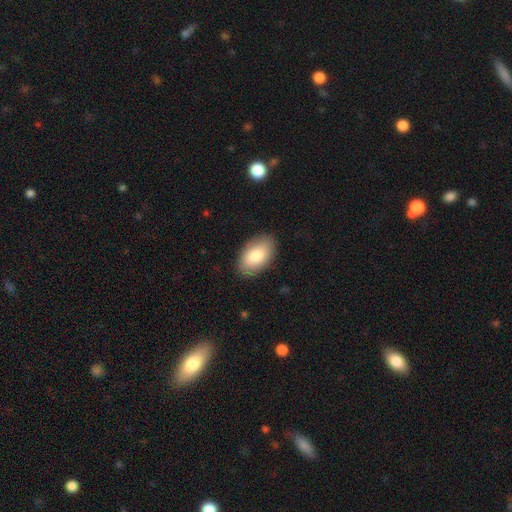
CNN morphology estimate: Q: Smooth or featured?
A: smooth (81%); runner-up: featured or disk (13%)
Q: How rounded?
A: in between (93%); runner-up: round (5%)
Q: Merging?
A: none (86%); runner-up: minor disturbance (11%)